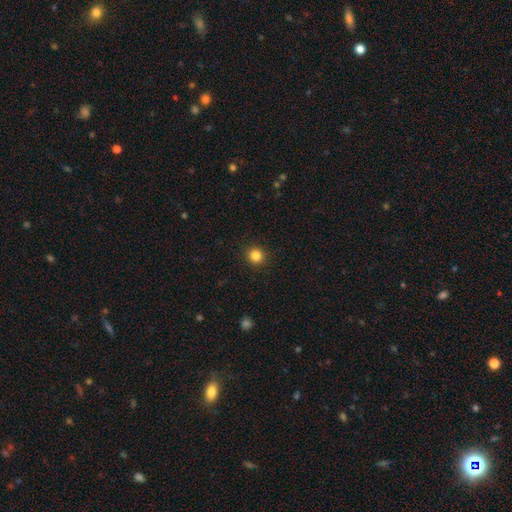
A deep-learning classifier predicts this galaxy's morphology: type=smooth (84%); roundness=round (93%); merging=none (92%).